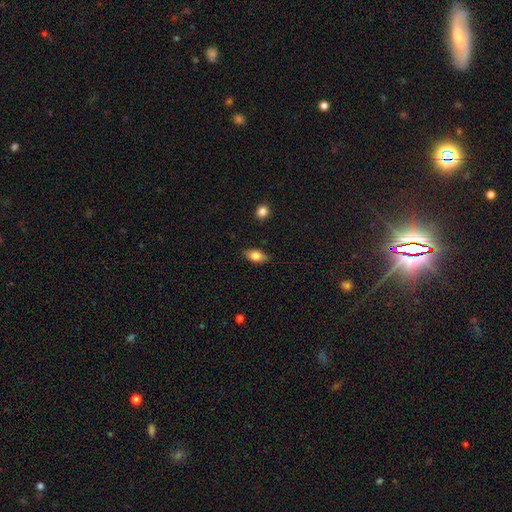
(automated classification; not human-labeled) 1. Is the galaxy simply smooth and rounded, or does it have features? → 79% smooth, 14% featured or disk, 7% star or artifact.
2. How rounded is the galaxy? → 88% in between, 6% cigar-shaped, 5% round.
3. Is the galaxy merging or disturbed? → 85% none, 11% minor disturbance, 2% major disturbance, 1% merger.